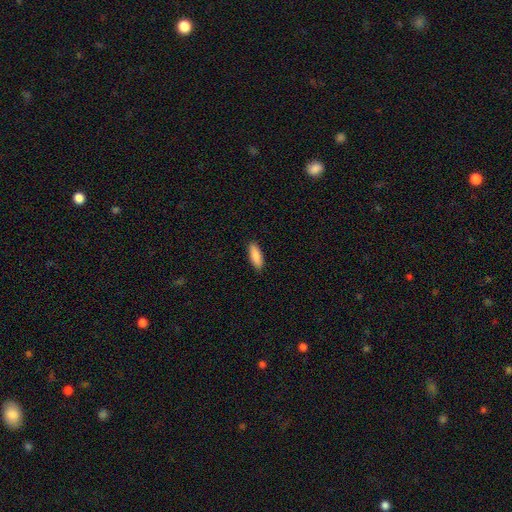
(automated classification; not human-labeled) Smooth or featured: smooth — 88% (featured or disk — 6%)
How rounded: in between — 63% (cigar-shaped — 36%)
Merging: none — 90% (minor disturbance — 7%)